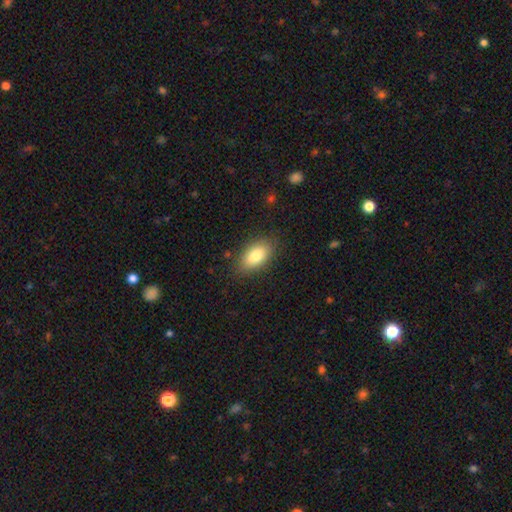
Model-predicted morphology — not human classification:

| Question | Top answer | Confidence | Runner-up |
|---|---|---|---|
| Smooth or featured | smooth | 82% | featured or disk (11%) |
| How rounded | in between | 91% | round (5%) |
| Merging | none | 83% | minor disturbance (12%) |